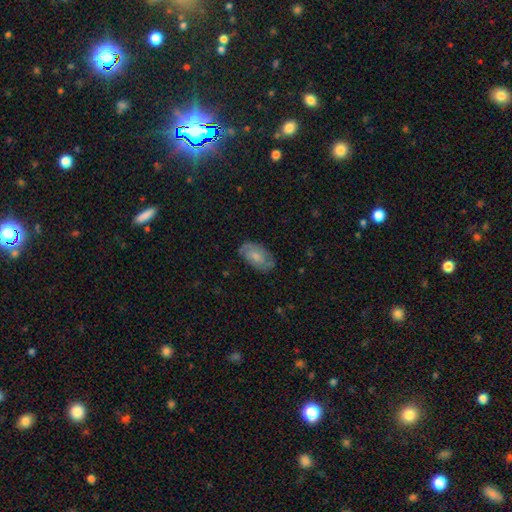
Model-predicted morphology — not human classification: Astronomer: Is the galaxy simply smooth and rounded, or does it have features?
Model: featured or disk — 48% (runner-up: smooth, 46%).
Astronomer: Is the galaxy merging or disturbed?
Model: none — 76%.